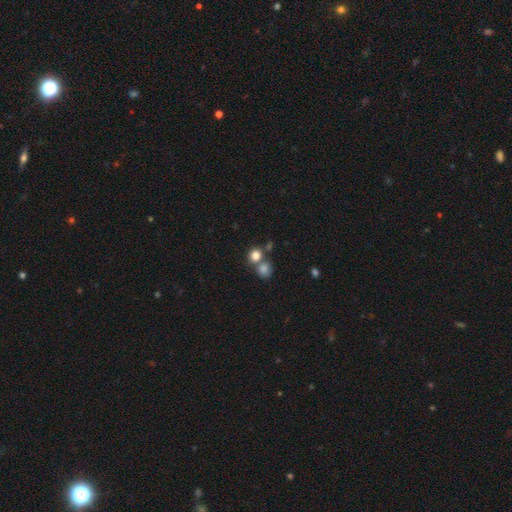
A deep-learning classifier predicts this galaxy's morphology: This is clearly a smooth galaxy (81%). How rounded: clearly round (85%). Merging: possibly none (54%).